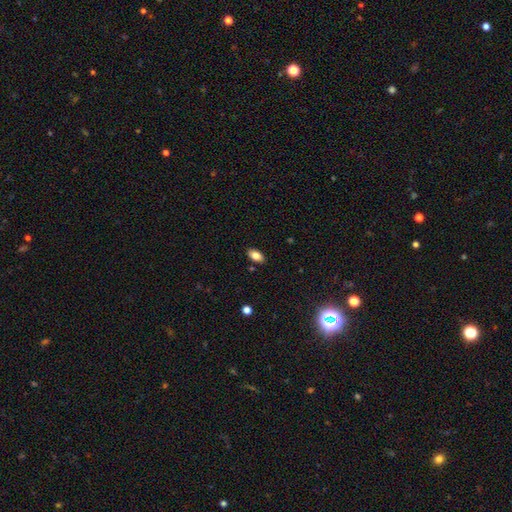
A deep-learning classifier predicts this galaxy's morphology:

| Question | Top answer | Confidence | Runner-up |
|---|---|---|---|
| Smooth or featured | smooth | 82% | featured or disk (9%) |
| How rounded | in between | 92% | round (5%) |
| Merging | none | 87% | minor disturbance (9%) |